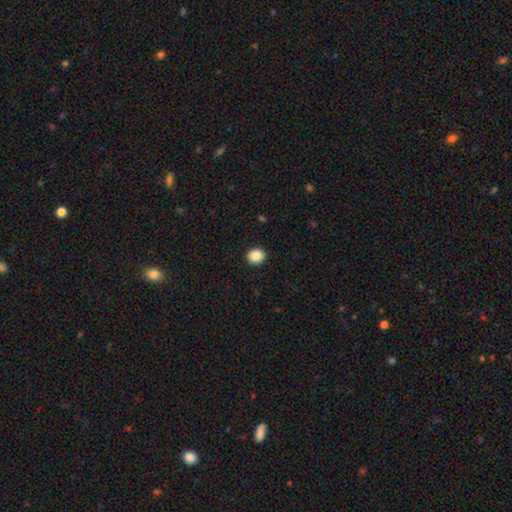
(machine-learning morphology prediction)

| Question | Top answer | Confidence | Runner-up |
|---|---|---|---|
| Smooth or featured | smooth | 88% | star or artifact (9%) |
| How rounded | round | 70% | in between (29%) |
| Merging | none | 92% | minor disturbance (5%) |